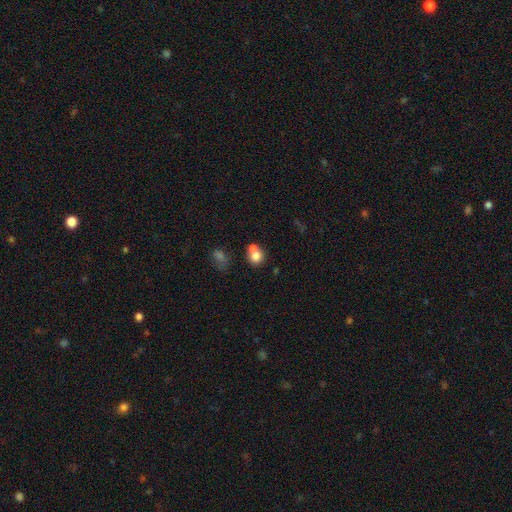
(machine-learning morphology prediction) This appears to be a smooth galaxy with no disk features (75%) that is round (78%). Merging: merger (49%).